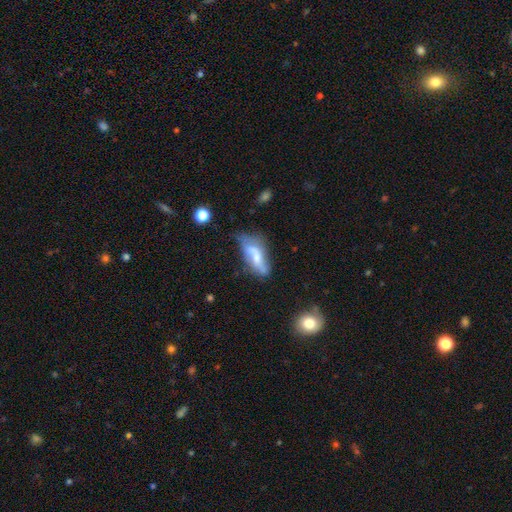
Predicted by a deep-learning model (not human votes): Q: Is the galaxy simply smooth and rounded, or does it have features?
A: featured or disk — 53%.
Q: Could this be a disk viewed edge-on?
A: no — 84%.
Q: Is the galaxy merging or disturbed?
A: none — 38%.